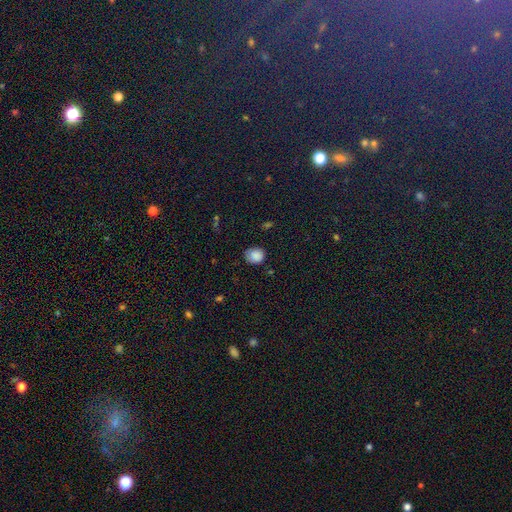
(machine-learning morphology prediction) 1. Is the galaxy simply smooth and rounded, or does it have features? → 86% smooth, 9% star or artifact, 5% featured or disk.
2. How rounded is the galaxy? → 67% round, 32% in between, 1% cigar-shaped.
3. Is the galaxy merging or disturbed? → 72% none, 22% minor disturbance, 4% major disturbance, 2% merger.